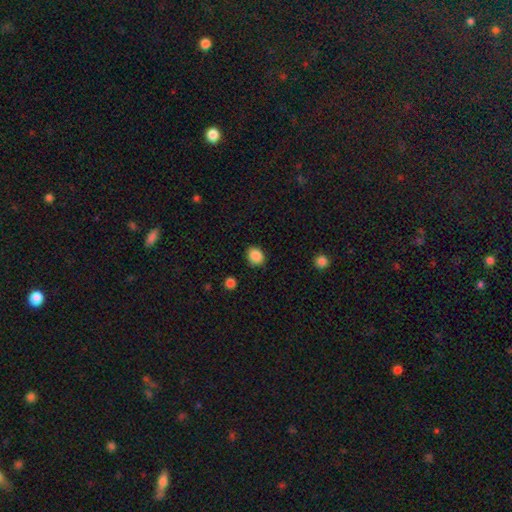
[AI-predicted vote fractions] Smooth or featured? Predicted: smooth (p=0.87). How rounded? Predicted: round (p=0.58). Merging? Predicted: none (p=0.87).